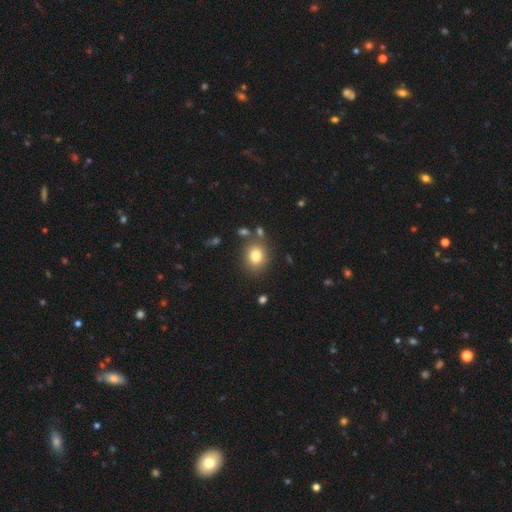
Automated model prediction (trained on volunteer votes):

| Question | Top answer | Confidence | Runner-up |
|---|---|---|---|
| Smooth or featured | smooth | 80% | star or artifact (11%) |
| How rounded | round | 64% | in between (35%) |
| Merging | none | 79% | minor disturbance (11%) |